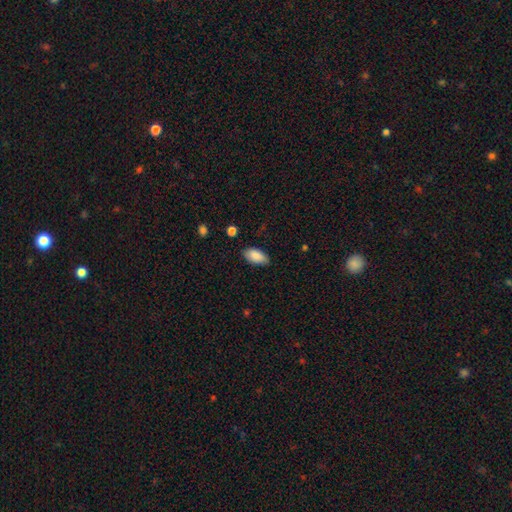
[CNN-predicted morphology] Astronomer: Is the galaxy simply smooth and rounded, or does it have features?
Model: smooth — 87%.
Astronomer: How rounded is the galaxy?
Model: in between — 94%.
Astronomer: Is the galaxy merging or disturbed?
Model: none — 84%.